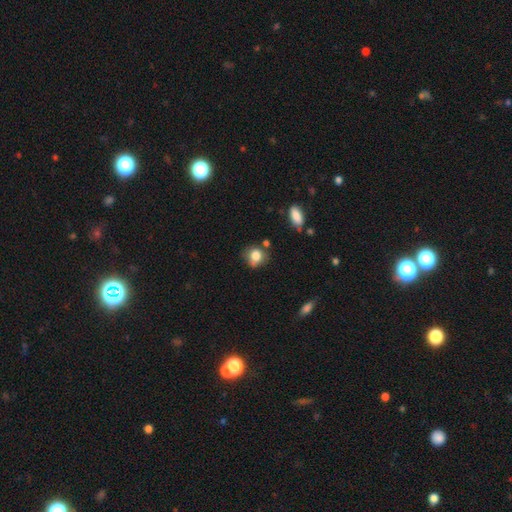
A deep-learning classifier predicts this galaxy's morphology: This is likely a smooth galaxy (79%). How rounded: likely round (69%). Merging: possibly none (60%).